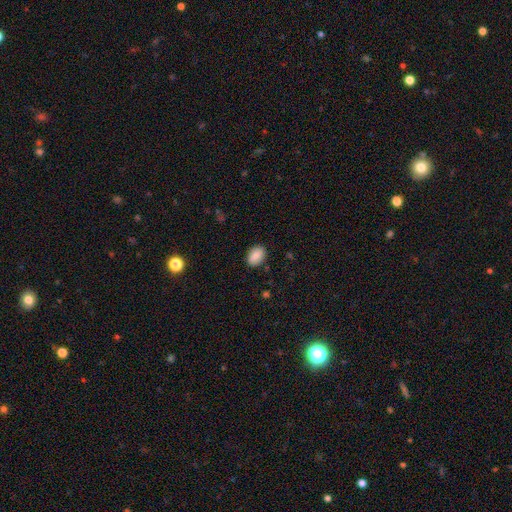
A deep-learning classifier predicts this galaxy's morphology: A smooth galaxy with no disk features (88%) that is in between round and cigar-shaped (82%).

Vote fractions:
- Smooth or featured? smooth: 88% / star or artifact: 8% / featured or disk: 4%
- How rounded? in between: 82% / round: 17% / cigar-shaped: 1%
- Merging? none: 87% / minor disturbance: 9% / major disturbance: 2% / merger: 1%